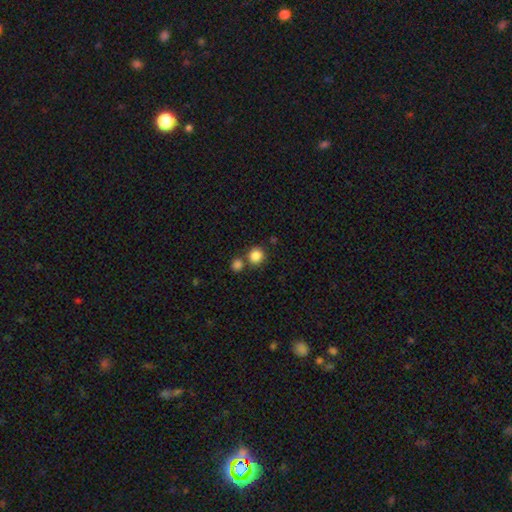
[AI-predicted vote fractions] Smooth or featured? smooth (85%)
How rounded? round (89%)
Merging? none (70%)